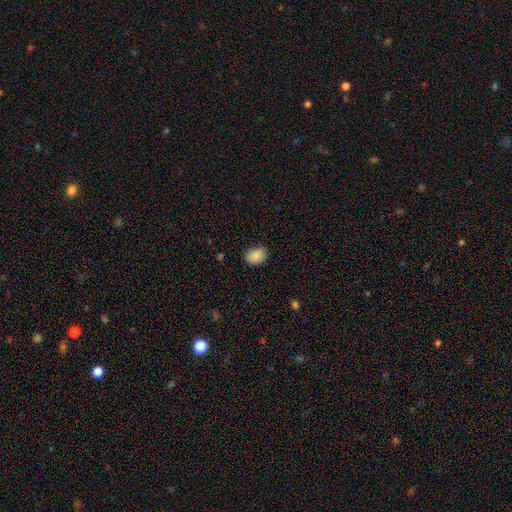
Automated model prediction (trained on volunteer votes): Q: Smooth or featured?
A: smooth (88%); runner-up: star or artifact (7%)
Q: How rounded?
A: in between (71%); runner-up: round (28%)
Q: Merging?
A: none (84%); runner-up: minor disturbance (12%)